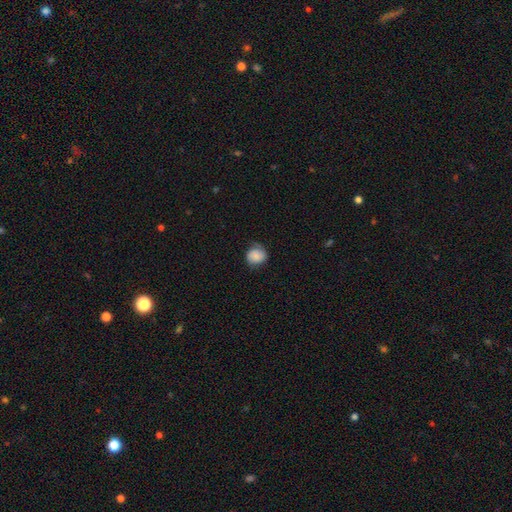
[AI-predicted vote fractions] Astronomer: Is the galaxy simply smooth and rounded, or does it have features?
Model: smooth — 78%.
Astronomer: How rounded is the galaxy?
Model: round — 72%.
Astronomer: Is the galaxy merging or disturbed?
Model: none — 64%.